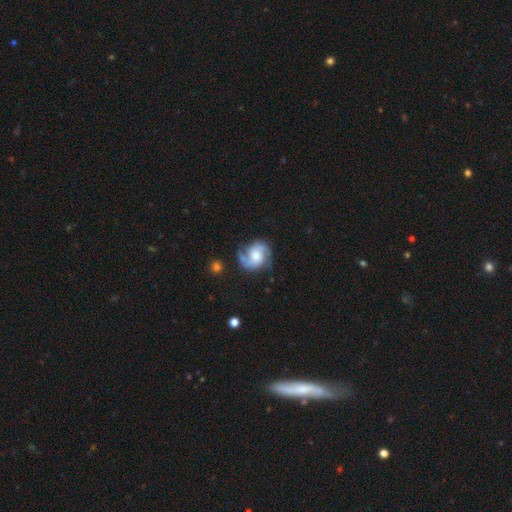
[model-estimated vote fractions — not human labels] Morphology: type=featured or disk (80%); edge-on=no (98%); bar=no (60%); spiral arms=yes (96%); winding=medium (50%); arm count=2 (86%); bulge=moderate (41%); merging=none (68%).